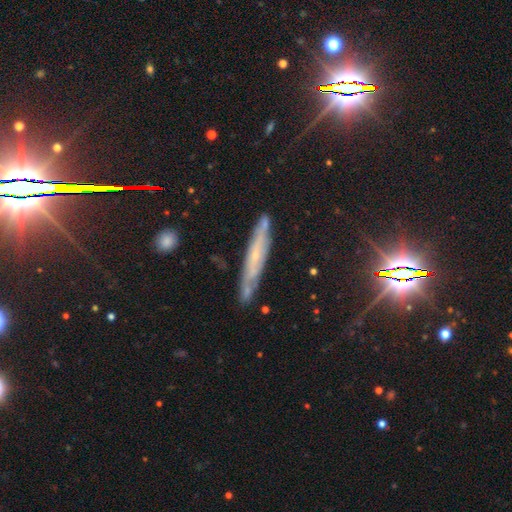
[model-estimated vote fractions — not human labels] This is possibly a featured or disk galaxy (58%). It is likely viewed edge-on (72%). Merging: likely none (77%).